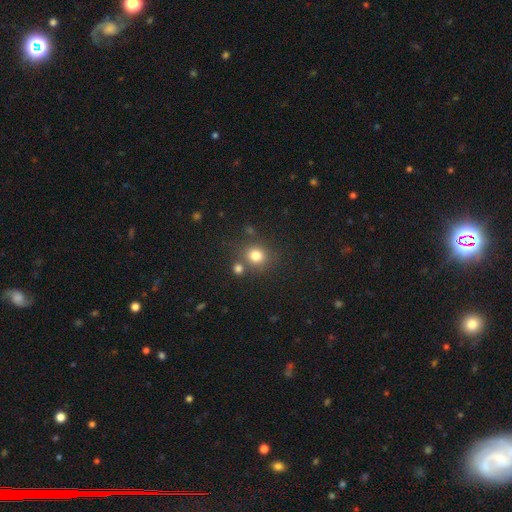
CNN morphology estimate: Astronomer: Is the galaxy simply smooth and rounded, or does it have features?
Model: smooth — 79%.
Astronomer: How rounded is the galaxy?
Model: round — 83%.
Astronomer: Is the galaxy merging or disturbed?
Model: none — 71%.